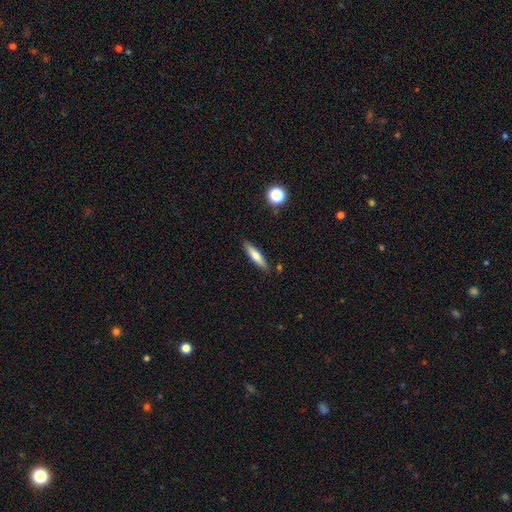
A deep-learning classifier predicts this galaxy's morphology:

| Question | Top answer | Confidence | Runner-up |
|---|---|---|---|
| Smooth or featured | smooth | 70% | featured or disk (24%) |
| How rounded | cigar-shaped | 79% | in between (19%) |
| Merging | none | 87% | minor disturbance (9%) |